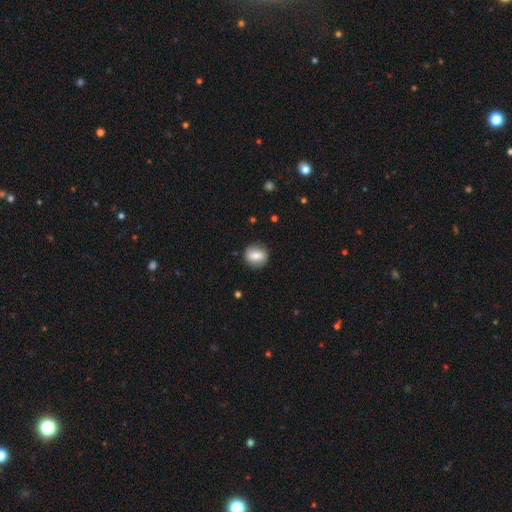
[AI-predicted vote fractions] smooth 70%, featured or disk 22%, star or artifact 8%. Down the decision tree: how rounded — round (76%); merging — none (87%).